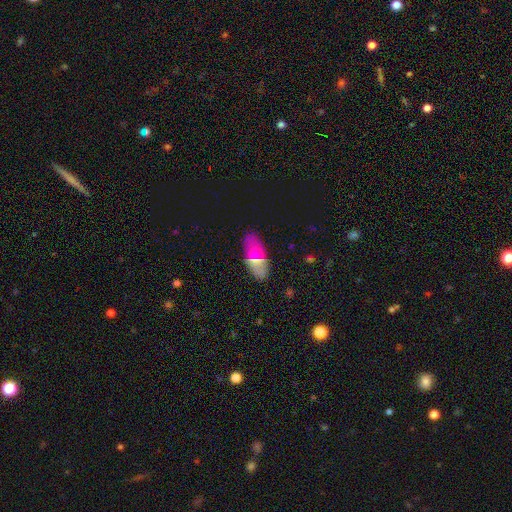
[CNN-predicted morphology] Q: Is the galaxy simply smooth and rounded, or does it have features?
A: smooth — 61%.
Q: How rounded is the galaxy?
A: in between — 86%.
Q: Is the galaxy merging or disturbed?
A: none — 86%.